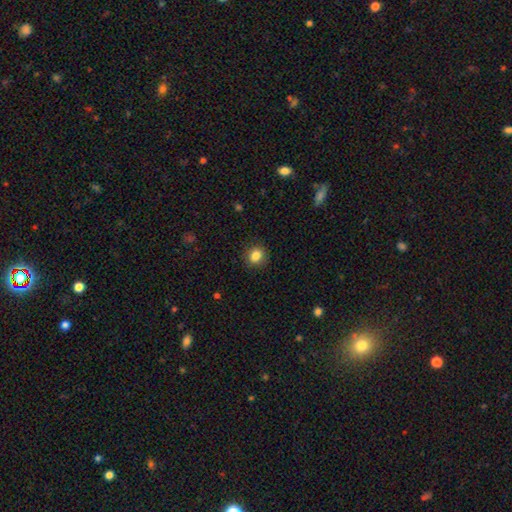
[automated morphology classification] smooth-or-featured: smooth: 84% | star or artifact: 10% | featured or disk: 6%
  how-rounded: round: 74% | in between: 25% | cigar-shaped: 1%
  merging: none: 89% | minor disturbance: 8% | major disturbance: 2% | merger: 1%